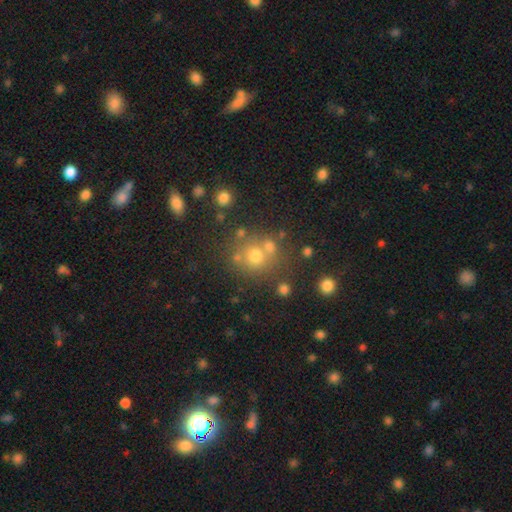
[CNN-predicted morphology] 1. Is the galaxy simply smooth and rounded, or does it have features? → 66% smooth, 20% star or artifact, 14% featured or disk.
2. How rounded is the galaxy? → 86% round, 13% in between, 1% cigar-shaped.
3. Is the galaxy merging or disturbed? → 63% none, 21% merger, 11% minor disturbance, 5% major disturbance.